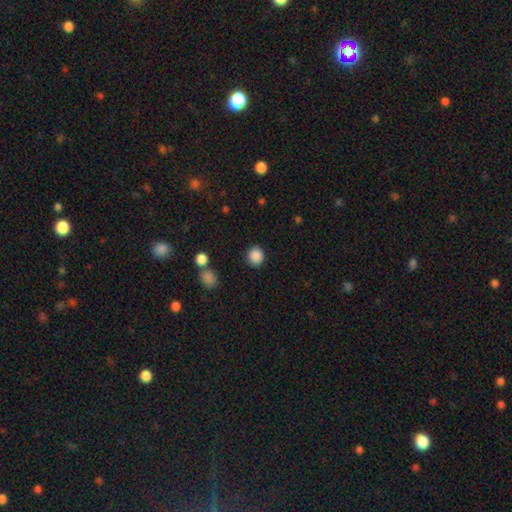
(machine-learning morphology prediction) A smooth galaxy with no disk features (88%) that is round (88%). Merging: none (88%).